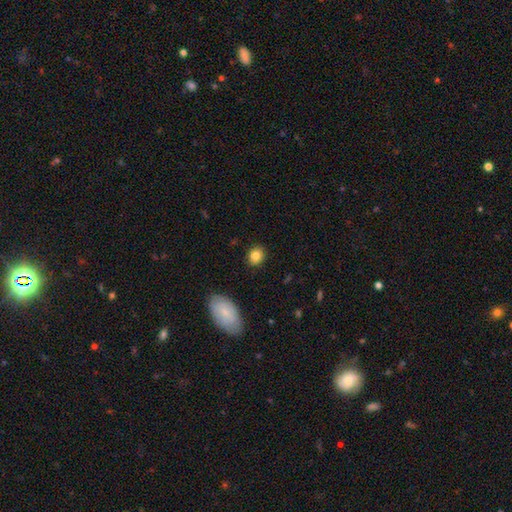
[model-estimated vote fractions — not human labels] Q: Smooth or featured?
A: smooth (82%); runner-up: star or artifact (10%)
Q: How rounded?
A: round (61%); runner-up: in between (38%)
Q: Merging?
A: none (87%); runner-up: minor disturbance (10%)